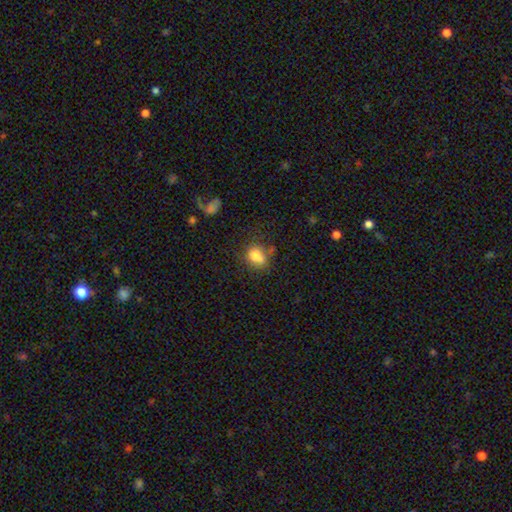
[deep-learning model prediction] A smooth galaxy with no disk features (77%) that is in between round and cigar-shaped (56%). Merging: none (53%).